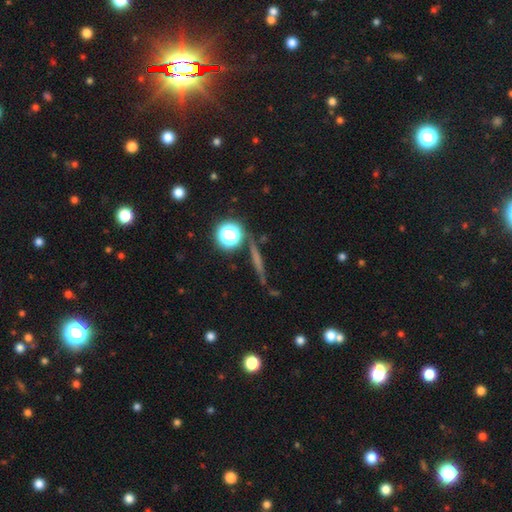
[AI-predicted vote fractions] Morphology: type=featured or disk (39%); merging=none (86%).